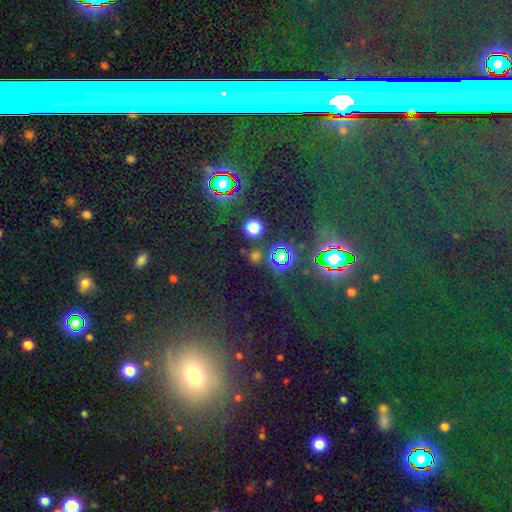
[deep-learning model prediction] Overall: star or artifact (53%; smooth 40%).